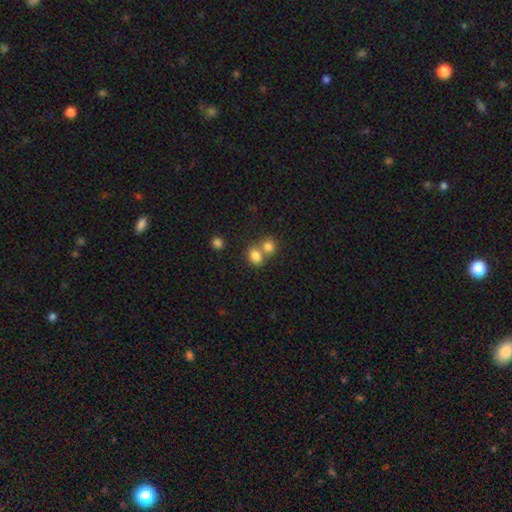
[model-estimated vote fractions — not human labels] Smooth or featured?
  - smooth: 81% *
  - star or artifact: 11%
  - featured or disk: 8%
How rounded?
  - round: 55% *
  - in between: 44%
  - cigar-shaped: 1%
Merging?
  - merger: 50% *
  - none: 40%
  - minor disturbance: 7%
  - major disturbance: 3%